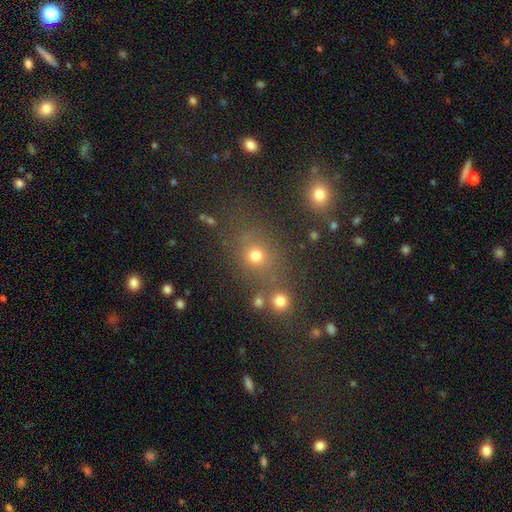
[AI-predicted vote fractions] Q: Smooth or featured?
A: smooth (68%); runner-up: star or artifact (22%)
Q: How rounded?
A: round (69%); runner-up: in between (29%)
Q: Merging?
A: none (64%); runner-up: merger (17%)